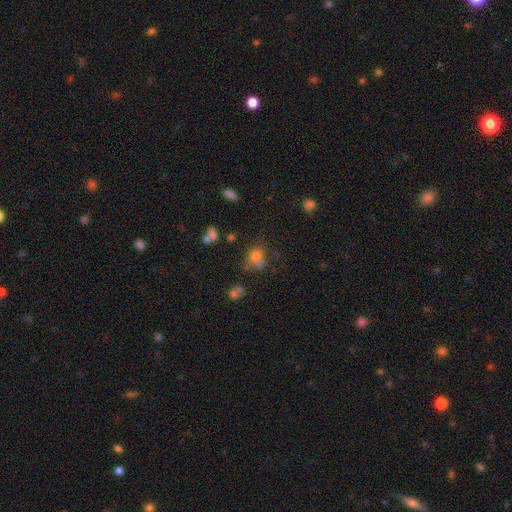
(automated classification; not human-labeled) Smooth or featured?
  - smooth: 73% *
  - star or artifact: 15%
  - featured or disk: 12%
How rounded?
  - round: 62% *
  - in between: 36%
  - cigar-shaped: 1%
Merging?
  - none: 52% *
  - minor disturbance: 22%
  - merger: 16%
  - major disturbance: 11%